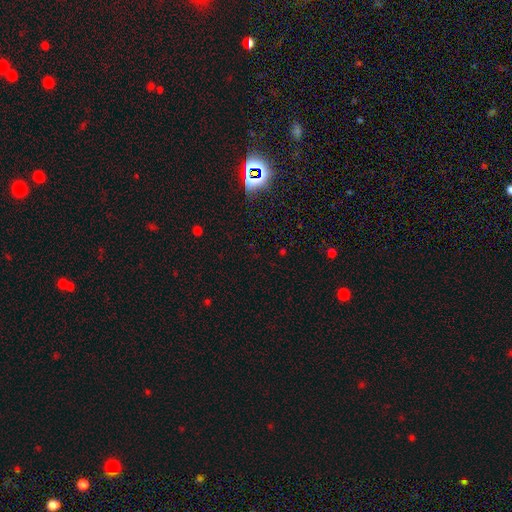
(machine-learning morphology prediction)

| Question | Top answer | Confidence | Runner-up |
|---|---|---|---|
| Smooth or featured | star or artifact | 69% | smooth (22%) |